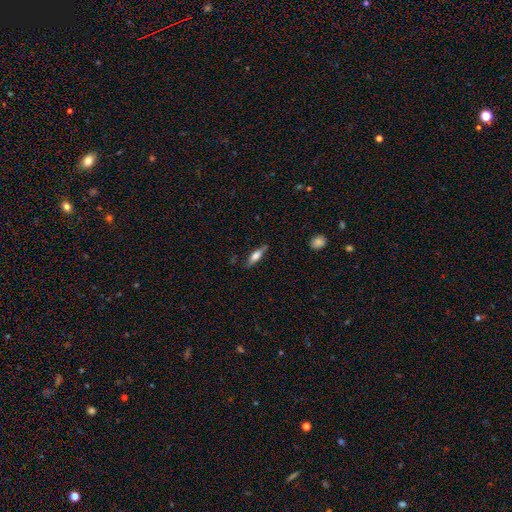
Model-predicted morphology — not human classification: Smooth or featured: smooth — 57% (featured or disk — 36%)
How rounded: cigar-shaped — 59% (in between — 38%)
Merging: none — 79% (minor disturbance — 15%)